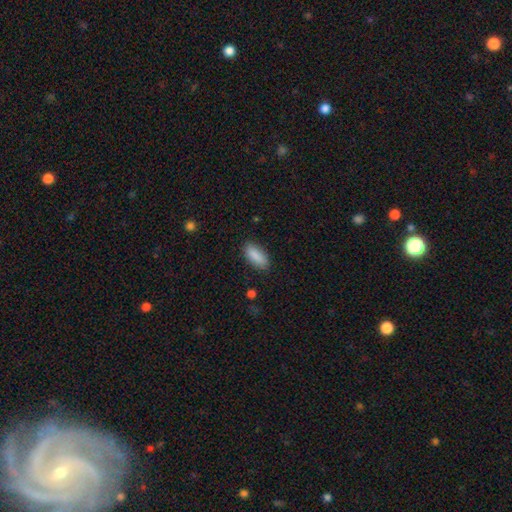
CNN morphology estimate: type=smooth (89%); roundness=in between (85%); merging=none (85%).